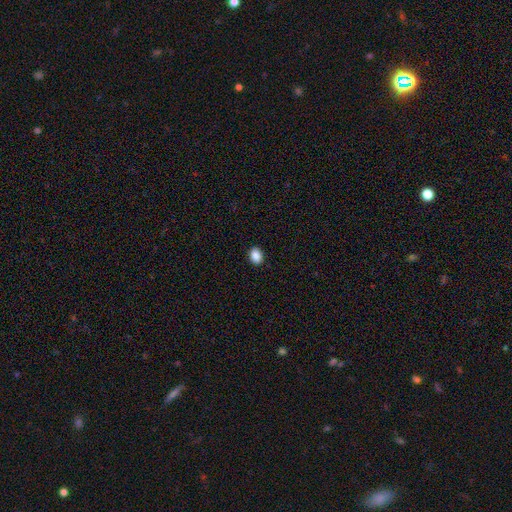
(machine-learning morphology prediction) smooth 88%, star or artifact 9%, featured or disk 3%. Down the decision tree: how rounded — in between (59%); merging — none (91%).